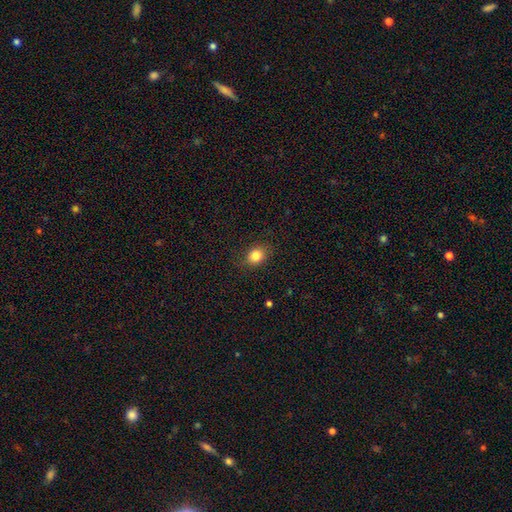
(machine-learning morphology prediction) This appears to be a smooth galaxy with no disk features (84%) that is round (54%). Merging: none (84%).